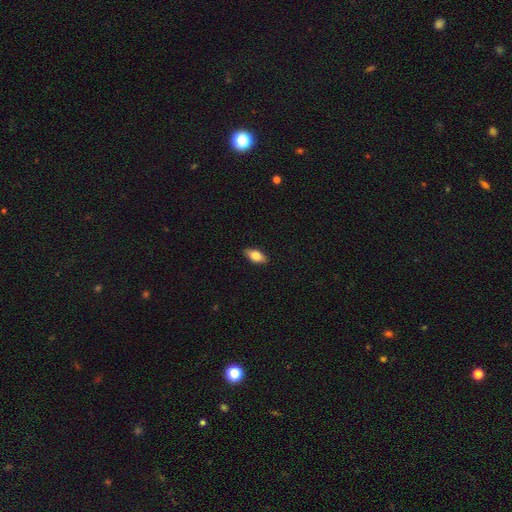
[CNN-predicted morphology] Smooth or featured? smooth (75%)
How rounded? in between (87%)
Merging? none (89%)